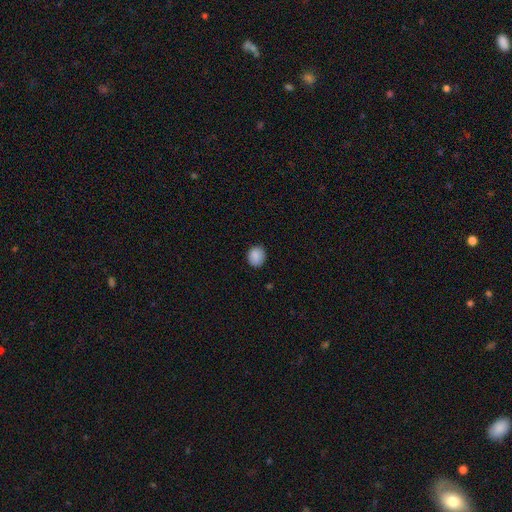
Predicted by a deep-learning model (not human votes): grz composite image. It shows a smooth galaxy with no disk features (88%) that is round (64%). Merging: none (84%).